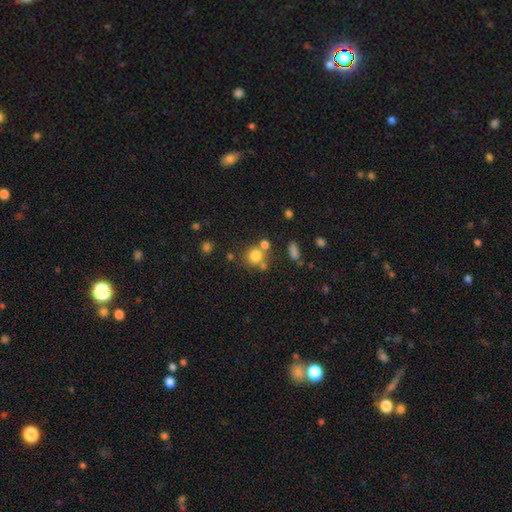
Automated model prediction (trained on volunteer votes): This is likely a smooth galaxy (78%). How rounded: clearly round (86%). Merging: likely none (61%).